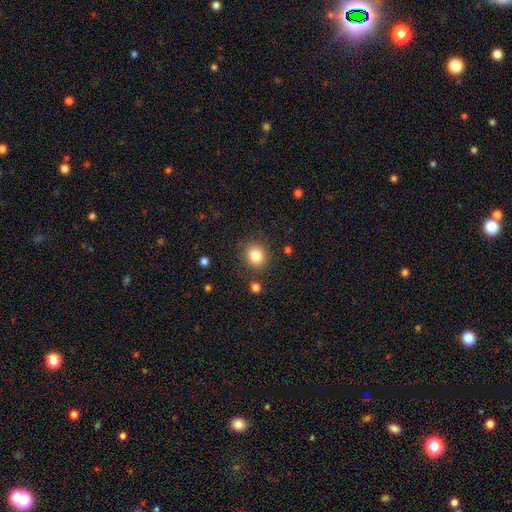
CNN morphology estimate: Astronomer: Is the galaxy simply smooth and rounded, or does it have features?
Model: smooth — 84%.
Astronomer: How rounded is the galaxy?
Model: round — 80%.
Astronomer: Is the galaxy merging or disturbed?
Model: none — 86%.